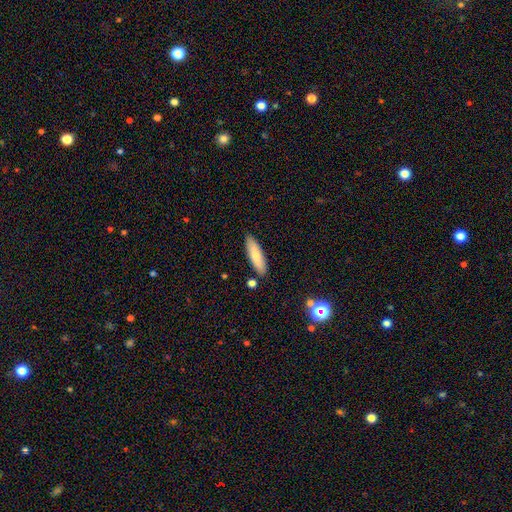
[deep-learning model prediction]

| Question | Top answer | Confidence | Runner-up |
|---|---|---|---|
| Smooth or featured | smooth | 77% | featured or disk (17%) |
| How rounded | cigar-shaped | 59% | in between (39%) |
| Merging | none | 85% | minor disturbance (10%) |